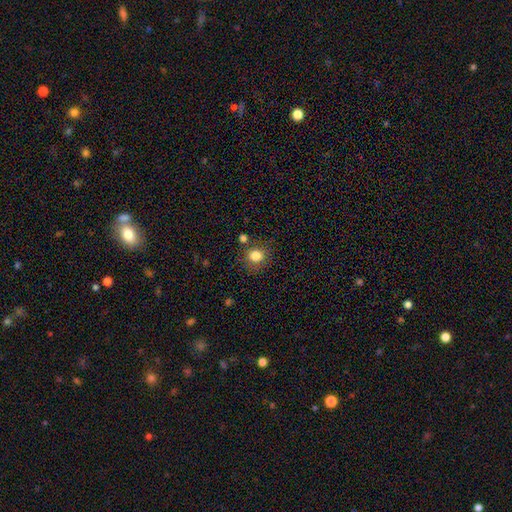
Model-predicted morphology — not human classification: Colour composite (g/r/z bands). It shows a smooth galaxy with no disk features (82%) that is round (76%). Merging: none (75%).